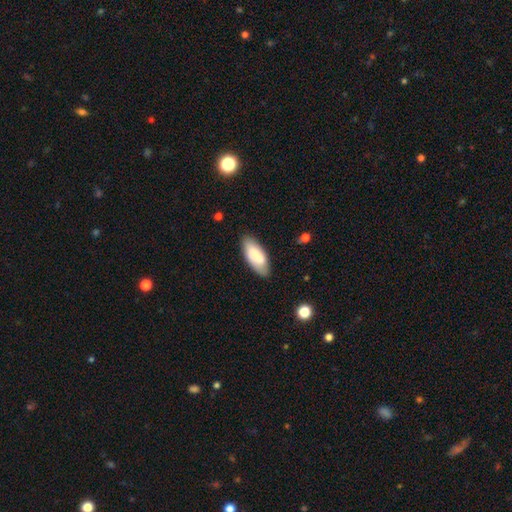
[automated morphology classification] smooth 77%, featured or disk 17%, star or artifact 6%. Down the decision tree: how rounded — in between (84%); merging — none (82%).